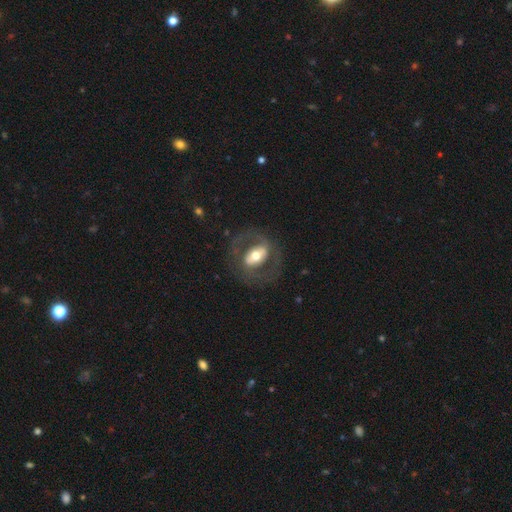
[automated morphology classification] Q: Smooth or featured?
A: featured or disk (73%); runner-up: smooth (22%)
Q: Edge-on disk?
A: no (94%); runner-up: yes (6%)
Q: Bar?
A: strong (46%); runner-up: weak (30%)
Q: Spiral arms?
A: yes (65%); runner-up: no (35%)
Q: Bulge size?
A: moderate (66%); runner-up: large (21%)
Q: Merging?
A: none (72%); runner-up: major disturbance (14%)